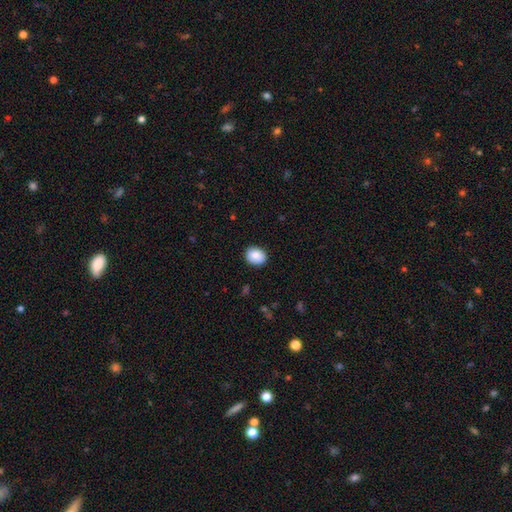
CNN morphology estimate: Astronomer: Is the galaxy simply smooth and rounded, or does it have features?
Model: smooth — 86%.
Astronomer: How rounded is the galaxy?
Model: round — 60% (runner-up: in between, 39%).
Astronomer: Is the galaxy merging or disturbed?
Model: none — 89%.